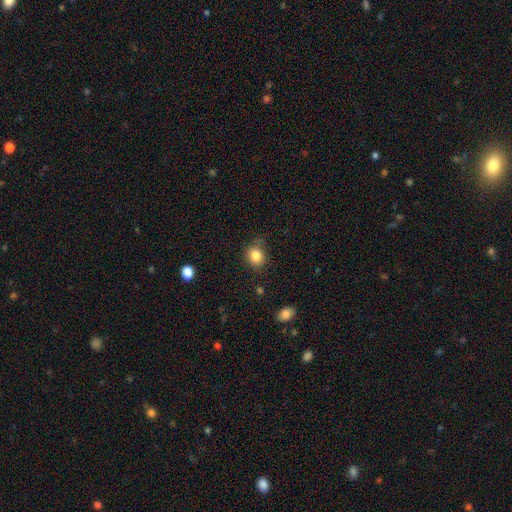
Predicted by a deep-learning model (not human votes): smooth 84%, star or artifact 10%, featured or disk 6%. Down the decision tree: how rounded — round (58%); merging — none (72%).